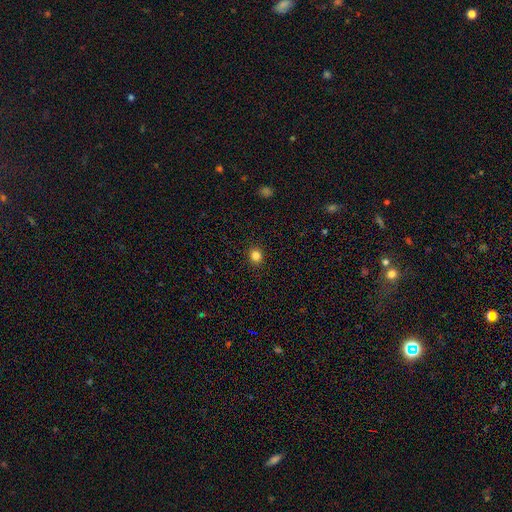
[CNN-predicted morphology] A smooth galaxy with no disk features (83%) that is round (81%). Merging: none (92%).